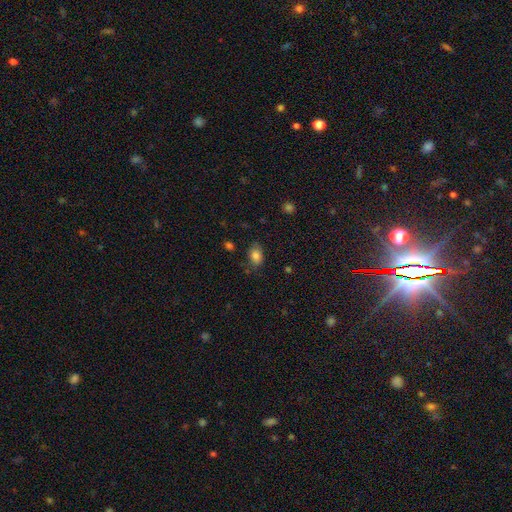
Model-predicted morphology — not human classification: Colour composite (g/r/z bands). It shows a smooth galaxy with no disk features (82%) that is in between round and cigar-shaped (82%). Merging: none (75%).